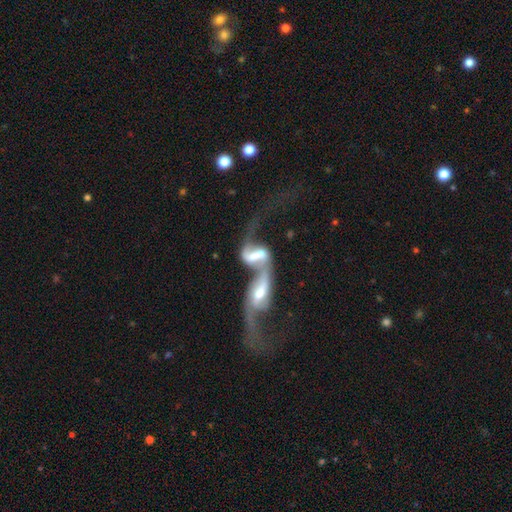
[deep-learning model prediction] A featured or disk galaxy (76%) with a strong bar (54%), 2 (82%) loose (79%) spiral arms (86%) and a moderate central bulge (36%). Merging: merger (80%).